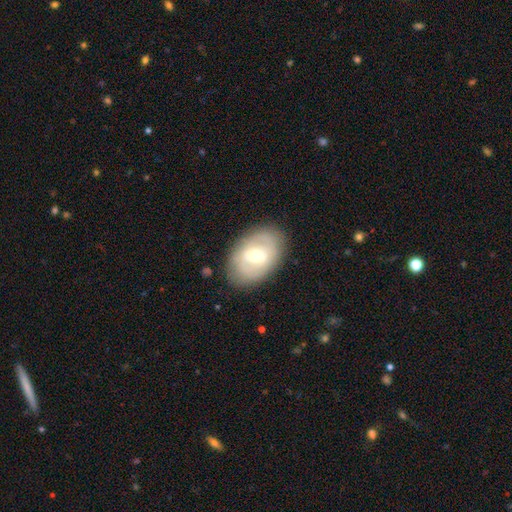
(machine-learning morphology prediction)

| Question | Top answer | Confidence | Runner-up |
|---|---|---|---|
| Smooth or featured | featured or disk | 54% | smooth (39%) |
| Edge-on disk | no | 92% | yes (8%) |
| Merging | none | 82% | minor disturbance (12%) |